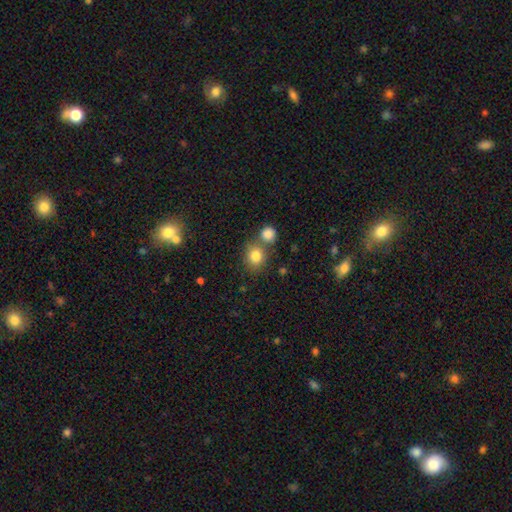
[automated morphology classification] Smooth or featured: smooth — 82% (star or artifact — 10%)
How rounded: round — 76% (in between — 23%)
Merging: none — 59% (merger — 28%)